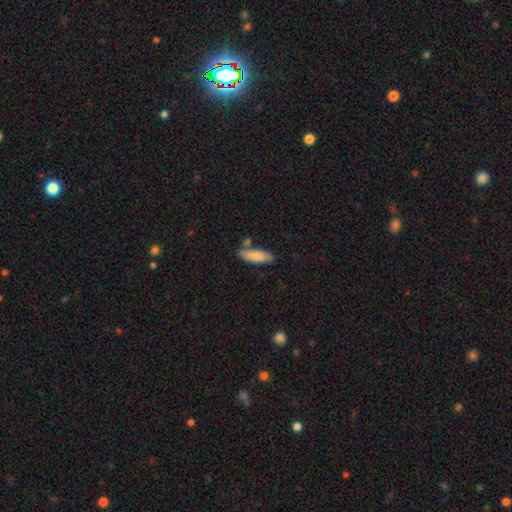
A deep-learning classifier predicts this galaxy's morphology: smooth 86%, featured or disk 8%, star or artifact 6%. Down the decision tree: how rounded — in between (58%); merging — none (71%).